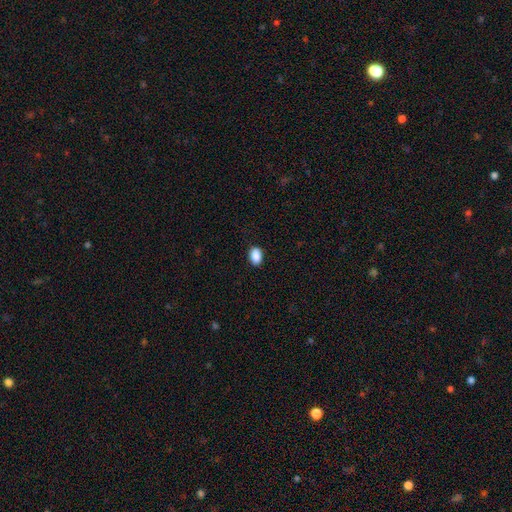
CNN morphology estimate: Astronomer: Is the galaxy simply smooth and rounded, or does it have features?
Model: smooth — 89%.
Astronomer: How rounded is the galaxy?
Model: in between — 84%.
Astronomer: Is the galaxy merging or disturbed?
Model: none — 88%.